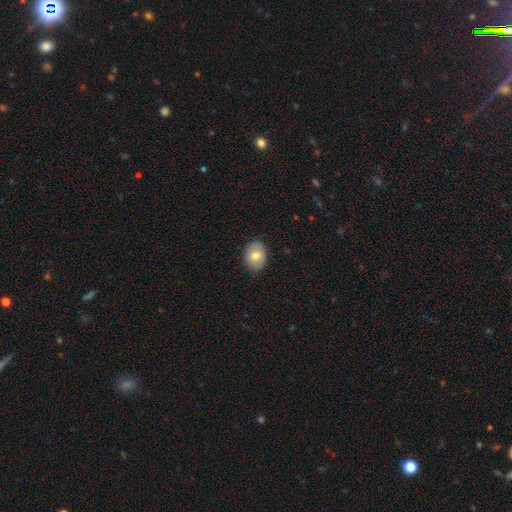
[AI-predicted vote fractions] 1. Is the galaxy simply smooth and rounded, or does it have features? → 73% smooth, 19% featured or disk, 7% star or artifact.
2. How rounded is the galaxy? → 67% in between, 32% round, 1% cigar-shaped.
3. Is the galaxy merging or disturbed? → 87% none, 10% minor disturbance, 2% major disturbance, 1% merger.